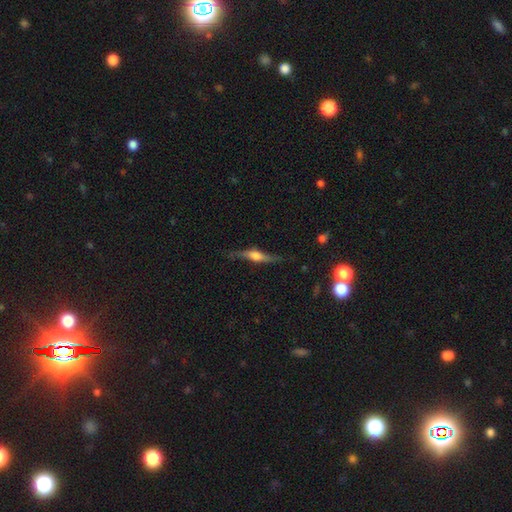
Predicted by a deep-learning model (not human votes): Q: Smooth or featured?
A: featured or disk (71%); runner-up: smooth (22%)
Q: Edge-on disk?
A: yes (93%); runner-up: no (7%)
Q: Edge-on bulge?
A: rounded (87%); runner-up: boxy (10%)
Q: Merging?
A: none (75%); runner-up: minor disturbance (18%)